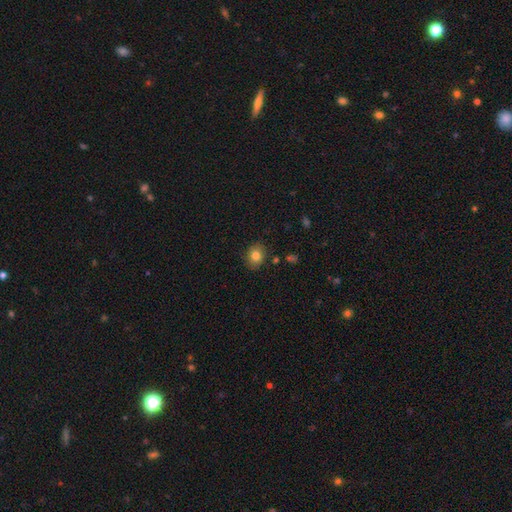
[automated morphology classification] Overall: smooth (82%). How rounded: round (57%; in between 43%). Merging: none (84%).